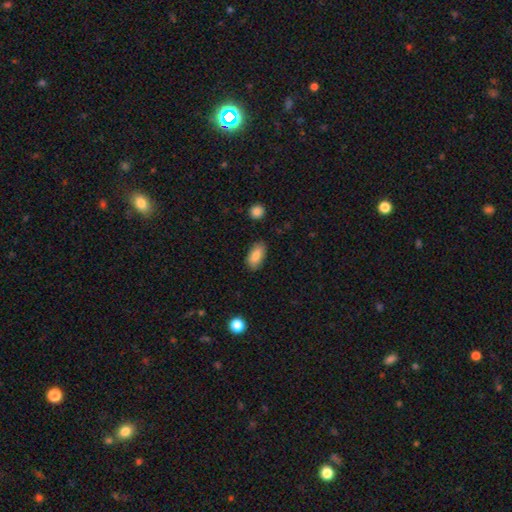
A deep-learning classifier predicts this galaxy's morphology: smooth 84%, featured or disk 9%, star or artifact 7%. Down the decision tree: how rounded — in between (92%); merging — none (83%).